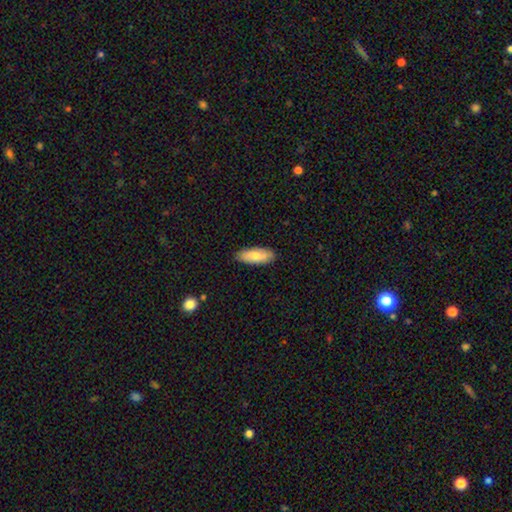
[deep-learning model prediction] Smooth or featured: smooth — 76% (featured or disk — 18%)
How rounded: in between — 74% (cigar-shaped — 24%)
Merging: none — 87% (minor disturbance — 10%)